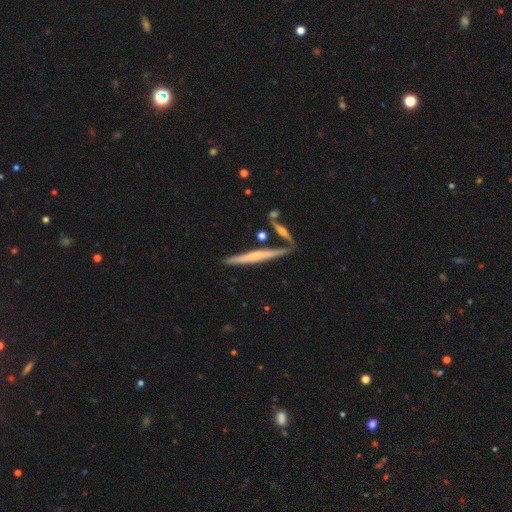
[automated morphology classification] Smooth or featured?
  - featured or disk: 56% *
  - smooth: 37%
  - star or artifact: 7%
Edge-on disk?
  - yes: 94% *
  - no: 6%
Edge-on bulge?
  - none: 53% *
  - rounded: 37%
  - boxy: 10%
Merging?
  - none: 72% *
  - merger: 13%
  - minor disturbance: 12%
  - major disturbance: 3%